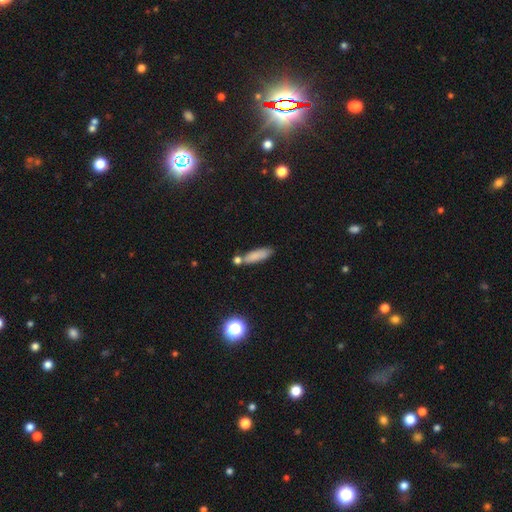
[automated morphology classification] smooth 80%, featured or disk 11%, star or artifact 10%. Down the decision tree: how rounded — cigar-shaped (56%); merging — none (62%).